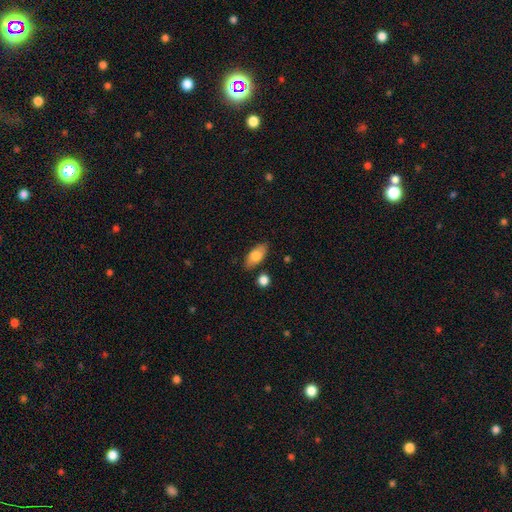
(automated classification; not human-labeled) Smooth or featured: smooth — 77% (featured or disk — 17%)
How rounded: in between — 87% (cigar-shaped — 9%)
Merging: none — 83% (minor disturbance — 11%)